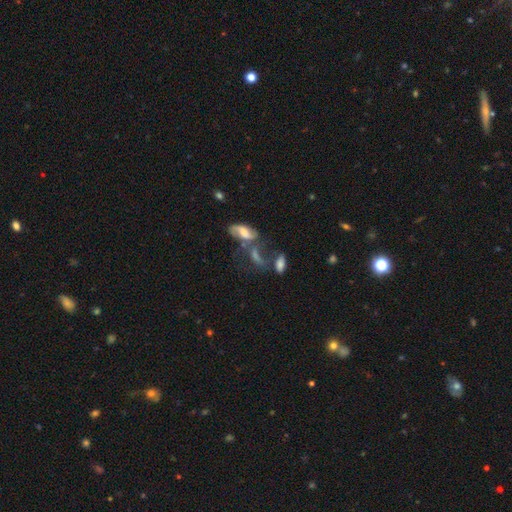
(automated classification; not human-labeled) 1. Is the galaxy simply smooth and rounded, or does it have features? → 48% featured or disk, 33% smooth, 20% star or artifact.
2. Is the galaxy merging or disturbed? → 48% merger, 25% none, 15% major disturbance, 11% minor disturbance.